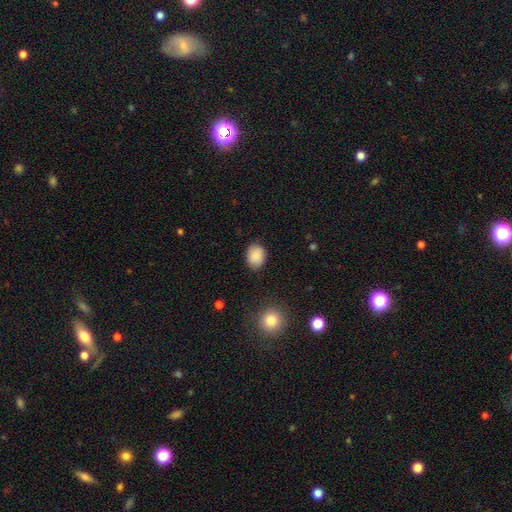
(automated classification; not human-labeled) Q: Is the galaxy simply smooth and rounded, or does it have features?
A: smooth — 87%.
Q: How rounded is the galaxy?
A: round — 52%.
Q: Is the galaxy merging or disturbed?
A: none — 86%.